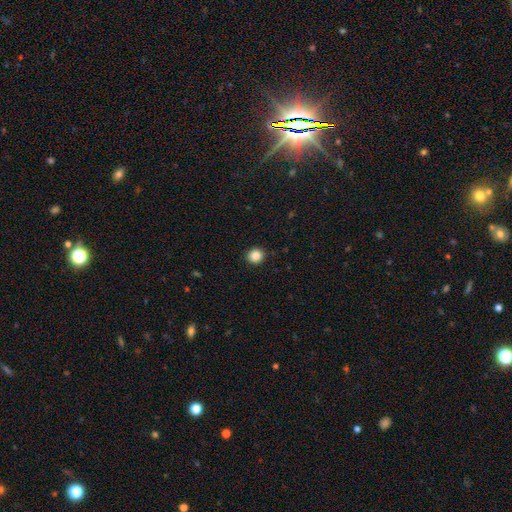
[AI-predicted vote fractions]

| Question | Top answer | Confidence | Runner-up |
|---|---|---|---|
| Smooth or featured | smooth | 86% | star or artifact (10%) |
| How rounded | round | 91% | in between (9%) |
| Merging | none | 93% | minor disturbance (5%) |